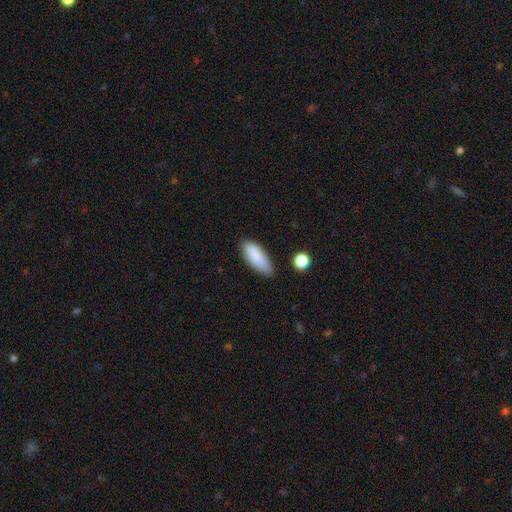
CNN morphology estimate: This is clearly a smooth galaxy (87%). How rounded: likely in between (69%). Merging: likely none (72%).